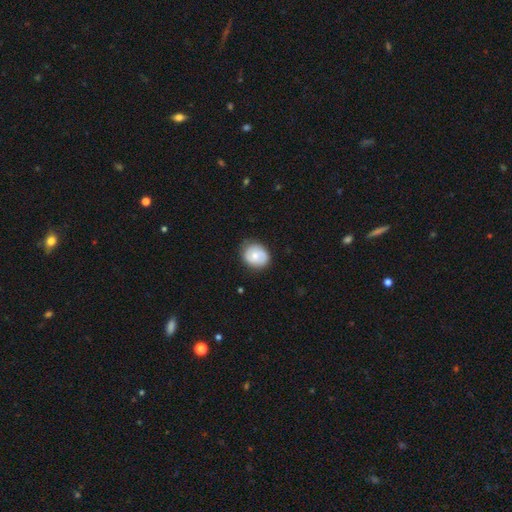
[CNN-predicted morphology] Overall: smooth (53%; featured or disk 40%). How rounded: round (66%; in between 34%). Merging: none (75%).